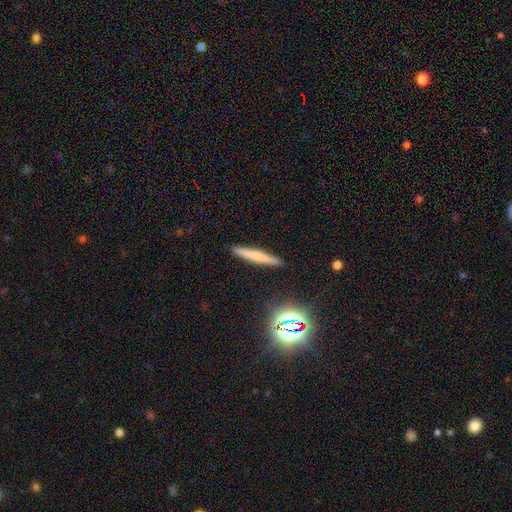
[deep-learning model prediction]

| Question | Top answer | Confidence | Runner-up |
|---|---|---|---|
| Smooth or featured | smooth | 58% | featured or disk (30%) |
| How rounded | cigar-shaped | 94% | in between (4%) |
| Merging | none | 91% | minor disturbance (6%) |